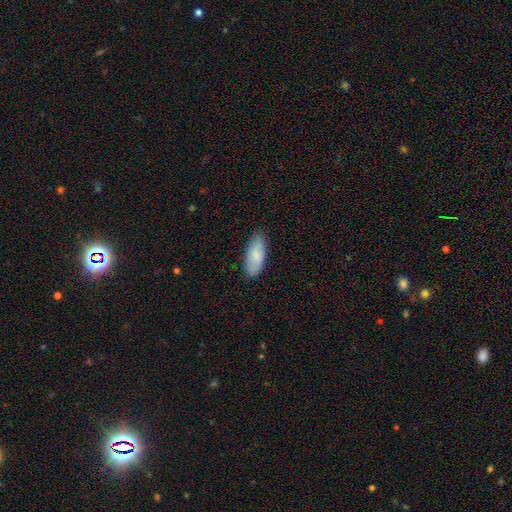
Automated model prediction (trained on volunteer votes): smooth_or_featured: smooth (p=0.85) [alt: featured or disk p=0.10]
how_rounded: in between (p=0.84) [alt: cigar-shaped p=0.14]
merging: none (p=0.82) [alt: minor disturbance p=0.15]